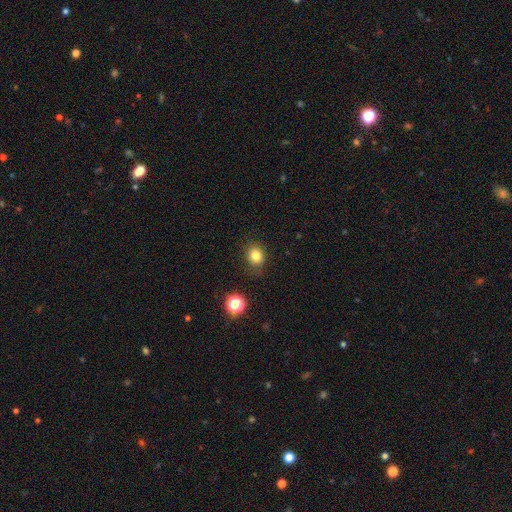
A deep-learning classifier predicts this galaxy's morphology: A smooth galaxy with no disk features (81%) that is round (73%).

Vote fractions:
- Smooth or featured? smooth: 81% / star or artifact: 13% / featured or disk: 6%
- How rounded? round: 73% / in between: 26% / cigar-shaped: 1%
- Merging? none: 81% / minor disturbance: 13% / major disturbance: 4% / merger: 2%